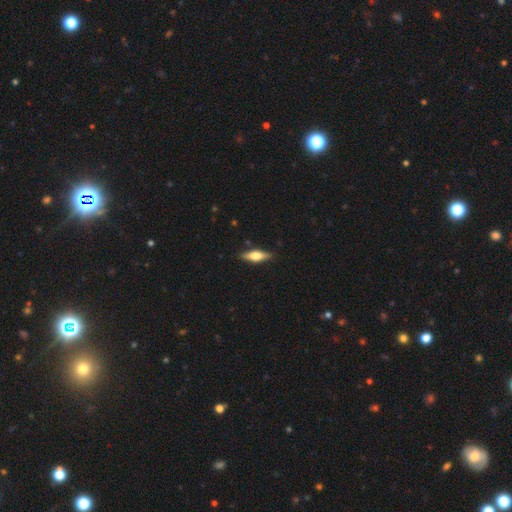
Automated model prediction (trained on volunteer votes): smooth_or_featured: featured or disk (p=0.48) [alt: smooth p=0.45]
merging: none (p=0.87) [alt: minor disturbance p=0.09]